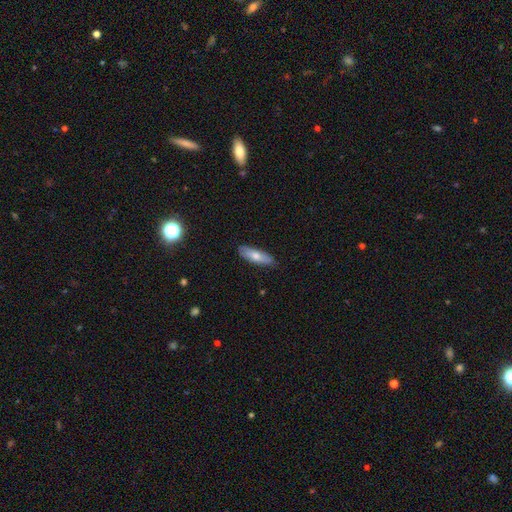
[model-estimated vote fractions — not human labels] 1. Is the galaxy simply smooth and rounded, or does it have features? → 62% smooth, 31% featured or disk, 7% star or artifact.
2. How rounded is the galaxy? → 51% cigar-shaped, 46% in between, 2% round.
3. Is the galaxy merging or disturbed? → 85% none, 12% minor disturbance, 2% major disturbance, 1% merger.